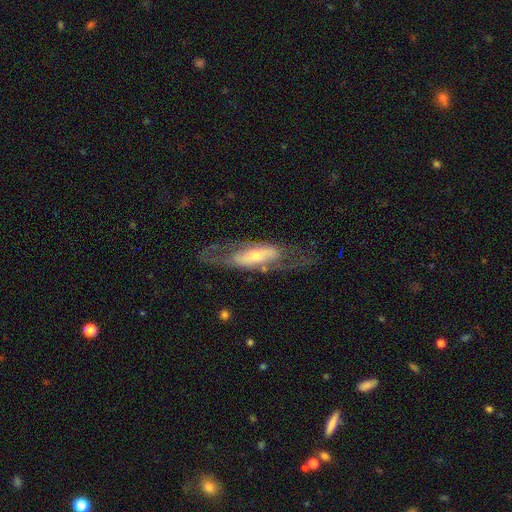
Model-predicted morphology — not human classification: A featured or disk galaxy (71%) with no bar (42%), spiral arms (63%) and a small central bulge (46%). Merging: none (64%).